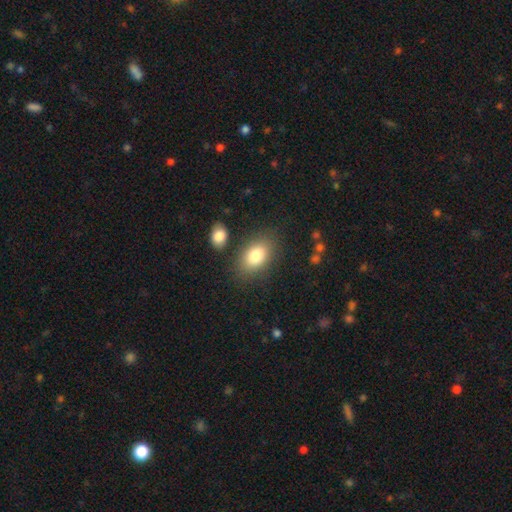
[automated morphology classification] Smooth or featured?
  - smooth: 81% *
  - featured or disk: 10%
  - star or artifact: 9%
How rounded?
  - in between: 85% *
  - round: 13%
  - cigar-shaped: 2%
Merging?
  - none: 79% *
  - minor disturbance: 12%
  - merger: 5%
  - major disturbance: 4%